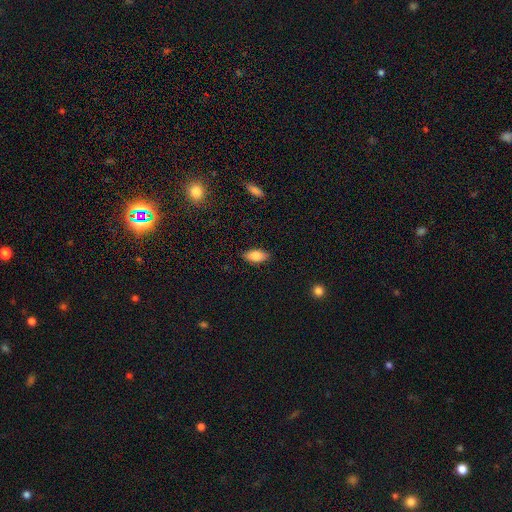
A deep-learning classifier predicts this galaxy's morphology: Q: Smooth or featured?
A: smooth (80%); runner-up: featured or disk (12%)
Q: How rounded?
A: in between (89%); runner-up: cigar-shaped (7%)
Q: Merging?
A: none (87%); runner-up: minor disturbance (10%)